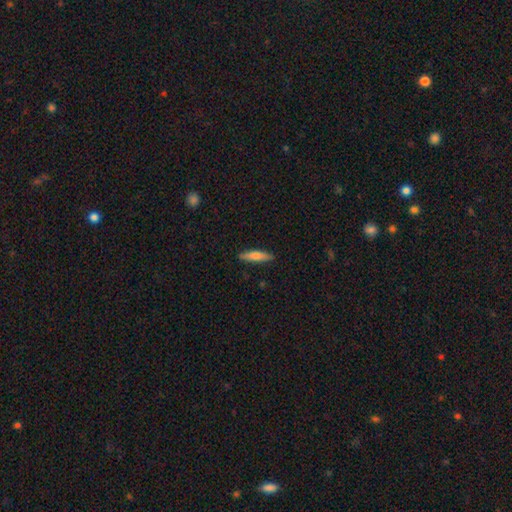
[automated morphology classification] Overall: smooth (74%). How rounded: cigar-shaped (77%). Merging: none (88%).